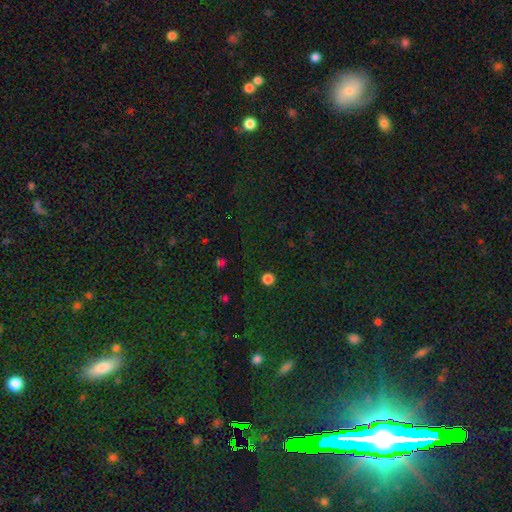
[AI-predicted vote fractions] Smooth or featured? Predicted: star or artifact (p=0.75).